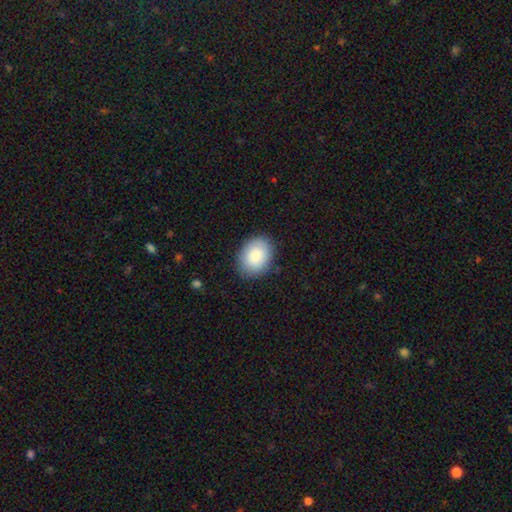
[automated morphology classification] Smooth or featured? Predicted: smooth (p=0.87). How rounded? Predicted: in between (p=0.70). Merging? Predicted: none (p=0.85).